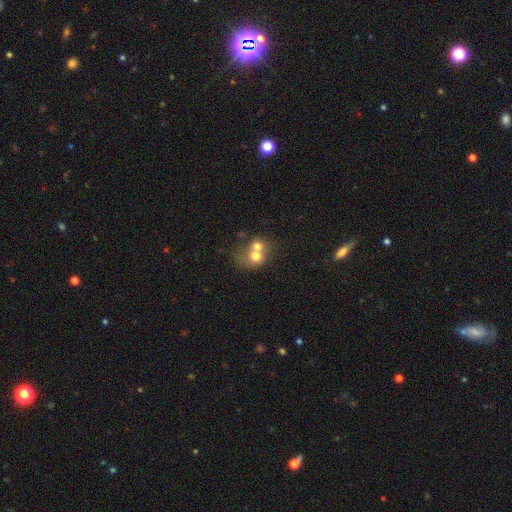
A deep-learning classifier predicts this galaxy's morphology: smooth-or-featured: smooth: 66% | featured or disk: 23% | star or artifact: 11%
  how-rounded: round: 67% | in between: 33% | cigar-shaped: 1%
  merging: merger: 70% | none: 20% | minor disturbance: 6% | major disturbance: 4%